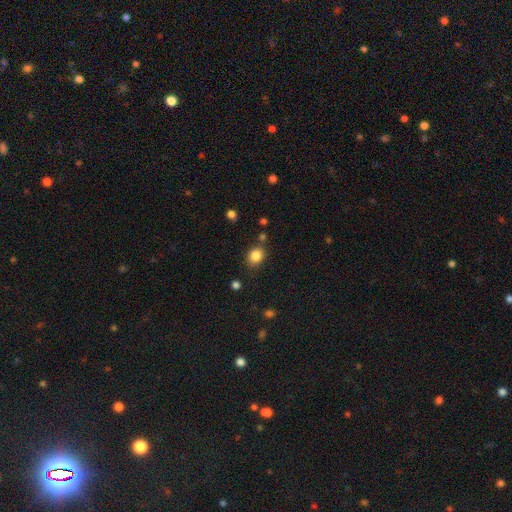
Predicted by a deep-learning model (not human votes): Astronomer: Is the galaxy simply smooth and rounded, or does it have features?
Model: smooth — 85%.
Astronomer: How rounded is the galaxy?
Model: round — 54% (runner-up: in between, 45%).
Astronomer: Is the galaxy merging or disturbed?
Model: none — 79%.